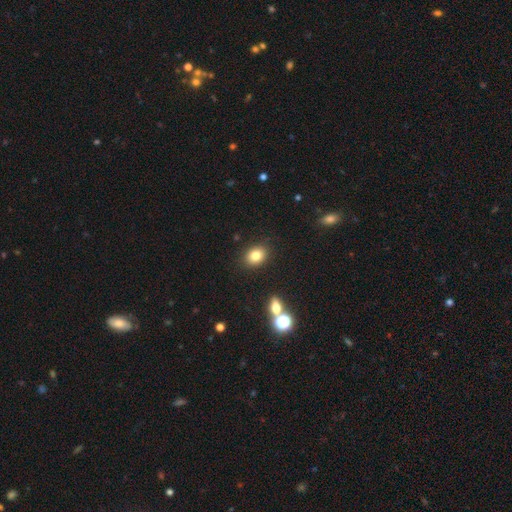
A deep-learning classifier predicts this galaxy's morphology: Smooth or featured? Predicted: smooth (p=0.81). How rounded? Predicted: in between (p=0.60). Merging? Predicted: none (p=0.87).